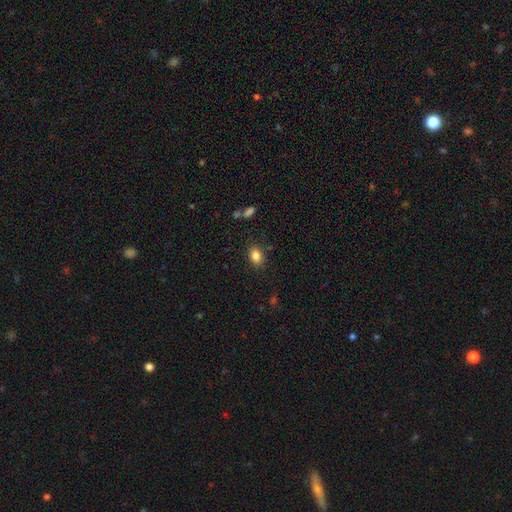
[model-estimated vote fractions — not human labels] Overall: smooth (84%). How rounded: in between (74%). Merging: none (85%).